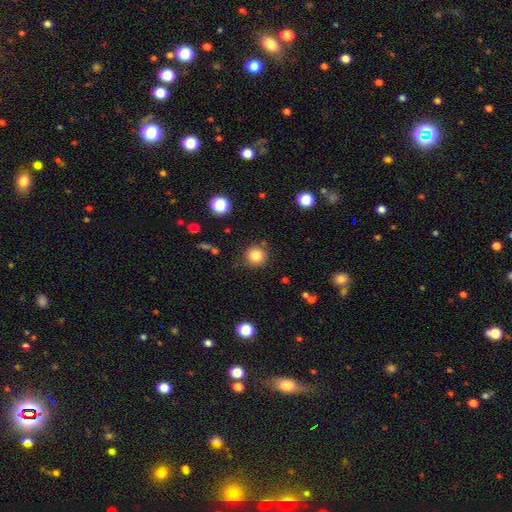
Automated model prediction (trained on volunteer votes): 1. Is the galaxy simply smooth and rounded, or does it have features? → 83% smooth, 11% star or artifact, 5% featured or disk.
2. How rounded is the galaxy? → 90% round, 9% in between, 1% cigar-shaped.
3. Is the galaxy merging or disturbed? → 86% none, 8% minor disturbance, 3% major disturbance, 3% merger.